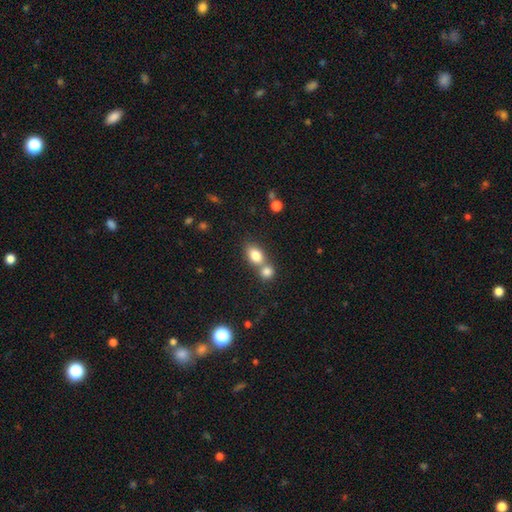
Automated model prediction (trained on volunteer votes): Morphology: type=smooth (81%); roundness=in between (77%); merging=merger (47%).